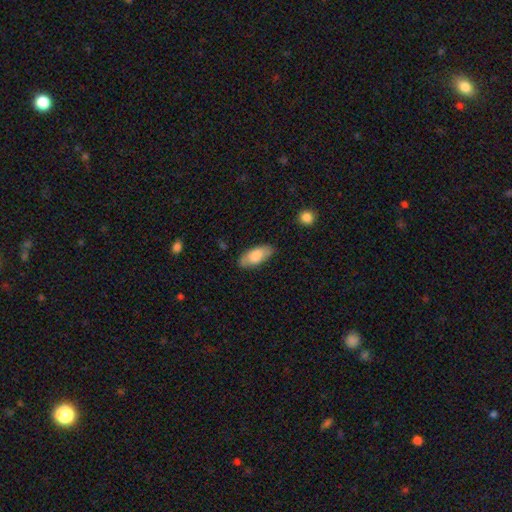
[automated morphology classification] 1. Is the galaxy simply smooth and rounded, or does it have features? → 78% smooth, 16% featured or disk, 6% star or artifact.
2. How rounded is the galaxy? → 87% in between, 11% cigar-shaped, 2% round.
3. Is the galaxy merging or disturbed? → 80% none, 16% minor disturbance, 3% major disturbance, 1% merger.